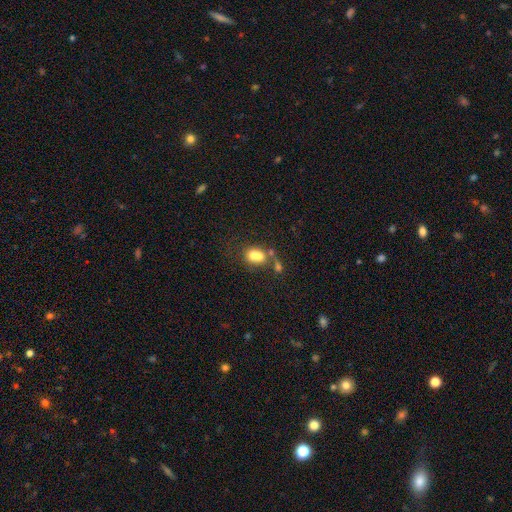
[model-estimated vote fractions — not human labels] Morphology: type=smooth (70%); roundness=in between (51%); merging=merger (55%).